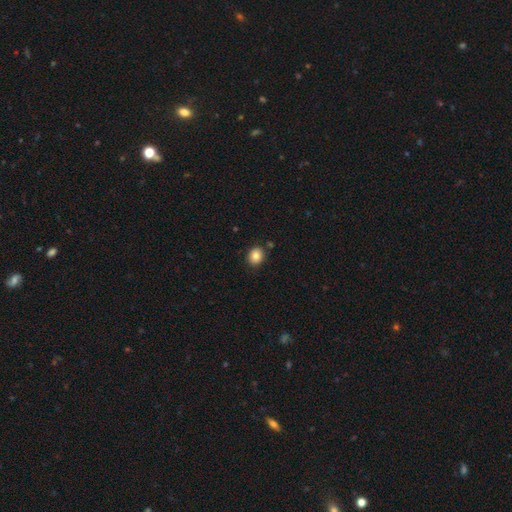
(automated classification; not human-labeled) Smooth or featured? smooth (84%)
How rounded? round (64%)
Merging? none (85%)